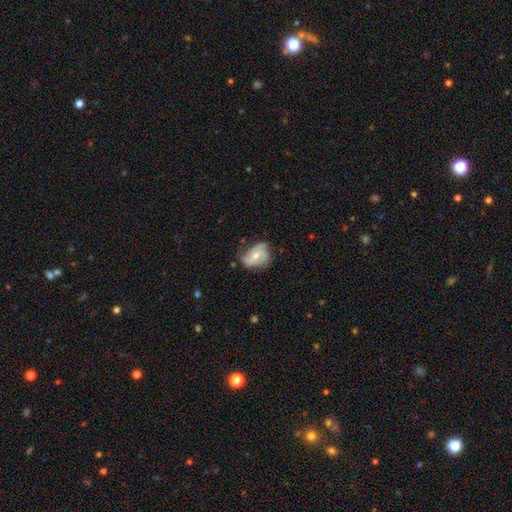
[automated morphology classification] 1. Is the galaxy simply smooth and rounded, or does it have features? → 65% featured or disk, 28% smooth, 7% star or artifact.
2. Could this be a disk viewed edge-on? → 97% no, 3% yes.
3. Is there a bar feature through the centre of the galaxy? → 63% no, 29% weak, 8% strong.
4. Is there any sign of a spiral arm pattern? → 87% yes, 13% no.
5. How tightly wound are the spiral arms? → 43% medium, 35% tight, 22% loose.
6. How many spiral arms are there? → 41% 3, 31% 2, 17% can't tell, 5% 4, 4% 1, 2% more than 4.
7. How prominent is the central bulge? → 54% moderate, 41% small, 2% large, 2% none, 1% dominant.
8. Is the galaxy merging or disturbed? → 49% none, 33% minor disturbance, 15% major disturbance, 2% merger.